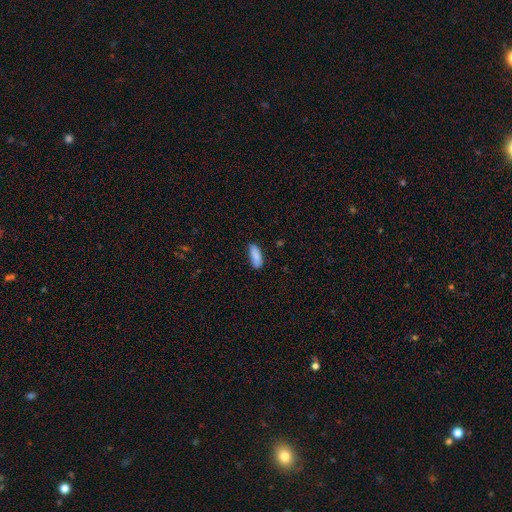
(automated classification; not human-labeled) Smooth or featured? smooth (87%)
How rounded? in between (72%)
Merging? none (72%)